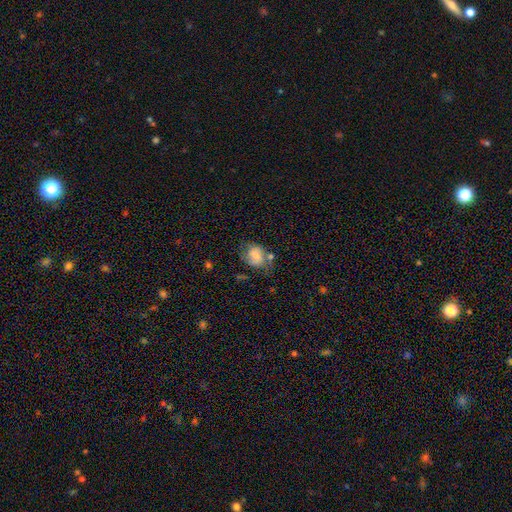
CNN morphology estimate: Smooth or featured? Predicted: smooth (p=0.64). How rounded? Predicted: in between (p=0.54). Merging? Predicted: none (p=0.42).